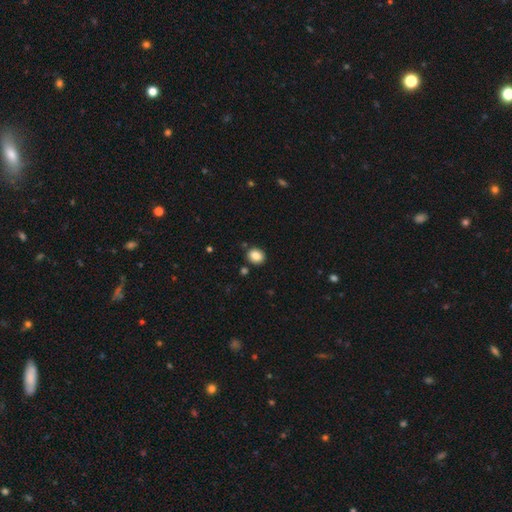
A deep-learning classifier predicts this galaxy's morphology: Smooth or featured?
  - smooth: 86% *
  - star or artifact: 9%
  - featured or disk: 5%
How rounded?
  - round: 58% *
  - in between: 41%
  - cigar-shaped: 1%
Merging?
  - none: 86% *
  - minor disturbance: 8%
  - merger: 4%
  - major disturbance: 2%